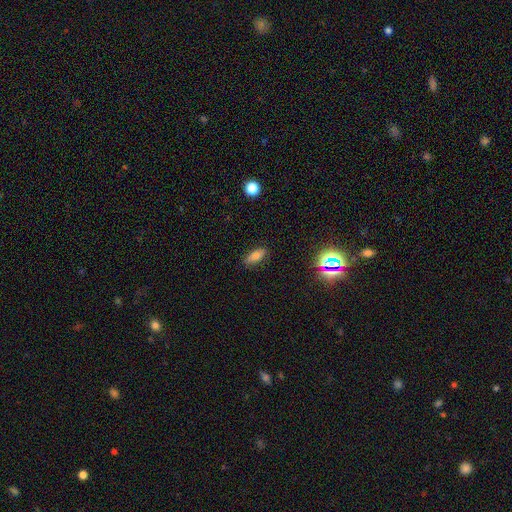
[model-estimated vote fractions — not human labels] Q: Smooth or featured?
A: smooth (73%); runner-up: featured or disk (14%)
Q: How rounded?
A: in between (81%); runner-up: cigar-shaped (15%)
Q: Merging?
A: none (85%); runner-up: minor disturbance (11%)